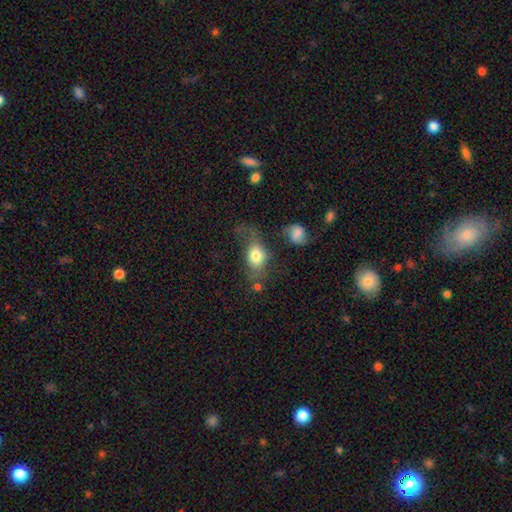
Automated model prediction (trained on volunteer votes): smooth 74%, featured or disk 17%, star or artifact 9%. Down the decision tree: how rounded — in between (74%); merging — none (41%).